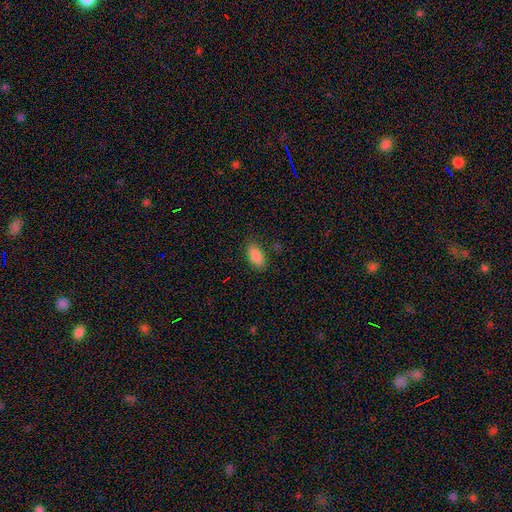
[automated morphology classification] This is clearly a smooth galaxy (88%). How rounded: clearly in between (91%). Merging: clearly none (84%).